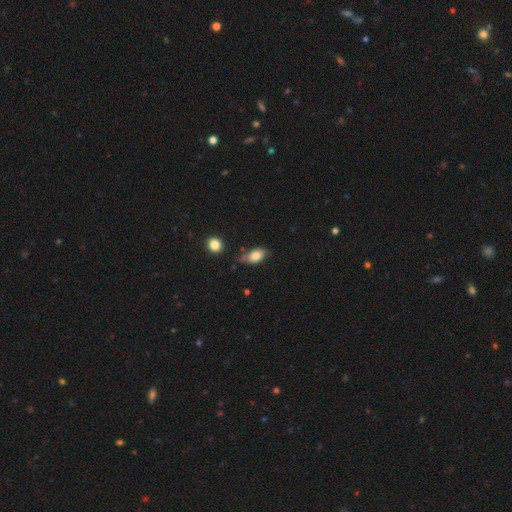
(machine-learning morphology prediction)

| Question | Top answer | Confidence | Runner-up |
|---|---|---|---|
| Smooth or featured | smooth | 76% | featured or disk (16%) |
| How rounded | in between | 89% | round (8%) |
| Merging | none | 55% | minor disturbance (31%) |